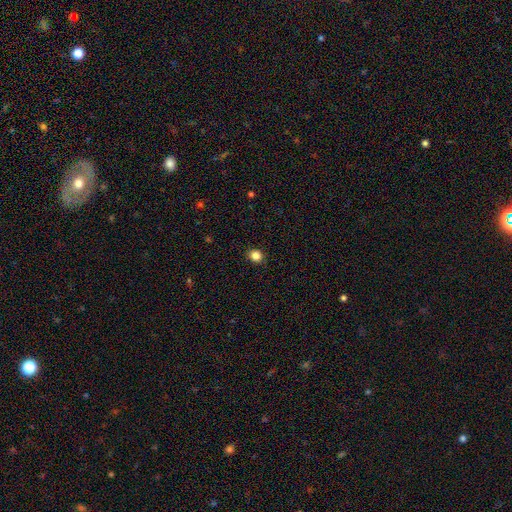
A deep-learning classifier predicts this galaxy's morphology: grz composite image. It shows a smooth galaxy with no disk features (84%) that is round (79%). Merging: none (91%).